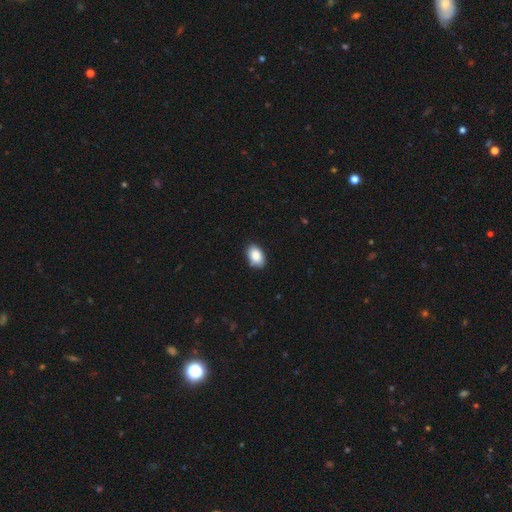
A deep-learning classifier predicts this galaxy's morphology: This appears to be a smooth galaxy with no disk features (89%) that is in between round and cigar-shaped (90%). Merging: none (85%).